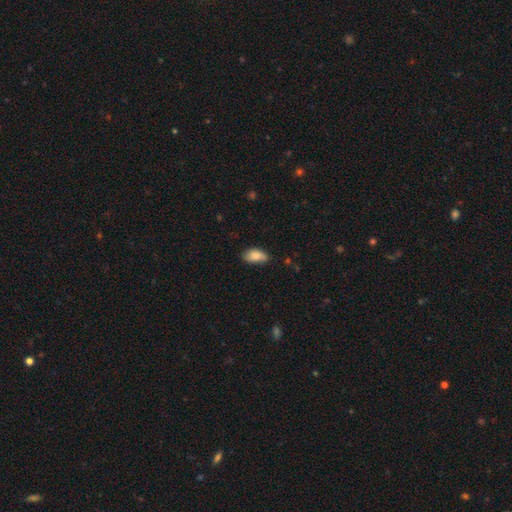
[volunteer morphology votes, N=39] Smooth or featured? smooth (74%)
How rounded? in between (90%)
Merging? none (81%)